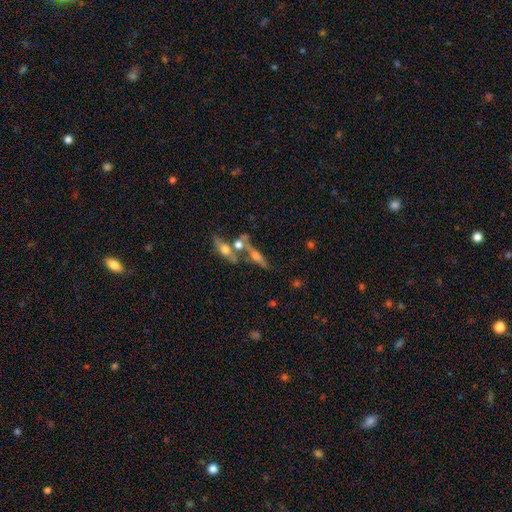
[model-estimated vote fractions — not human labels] The model was most divided on "merging": none: 45%, merger: 37%, minor disturbance: 12%, major disturbance: 7%. More confident: edge-on disk — yes (82%); smooth or featured — featured or disk (57%).